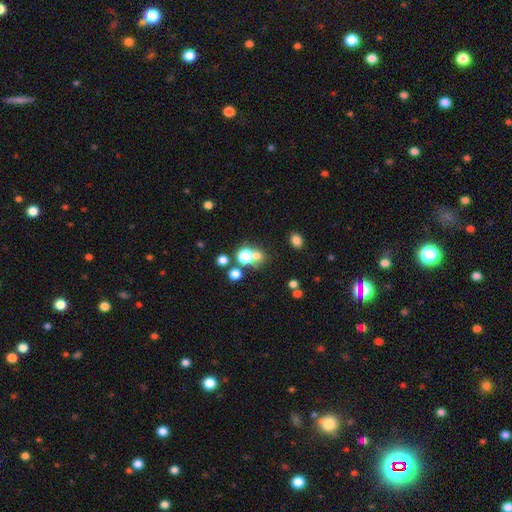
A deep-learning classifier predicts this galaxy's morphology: Smooth or featured?
  - smooth: 65% *
  - star or artifact: 25%
  - featured or disk: 11%
How rounded?
  - round: 80% *
  - in between: 19%
  - cigar-shaped: 1%
Merging?
  - none: 50% *
  - merger: 37%
  - minor disturbance: 8%
  - major disturbance: 5%